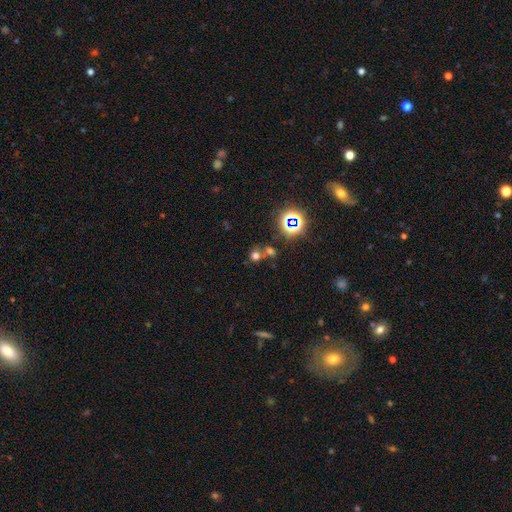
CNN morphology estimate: Smooth or featured? smooth (54%)
How rounded? round (78%)
Merging? none (50%)